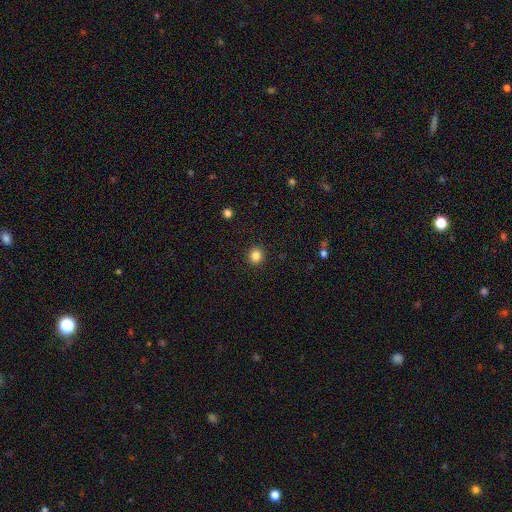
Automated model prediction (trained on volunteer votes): The model was most divided on "how rounded": round: 83%, in between: 16%, cigar-shaped: 1%. More confident: merging — none (91%); smooth or featured — smooth (85%).